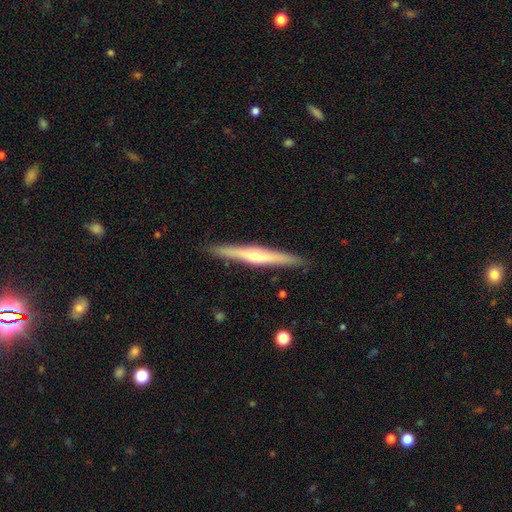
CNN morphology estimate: smooth-or-featured: featured or disk: 70% | smooth: 24% | star or artifact: 6%
  disk-edge-on: yes: 98% | no: 2%
    edge-on-bulge: rounded: 78% | none: 15% | boxy: 6%
  merging: none: 92% | minor disturbance: 6% | major disturbance: 1% | merger: 1%